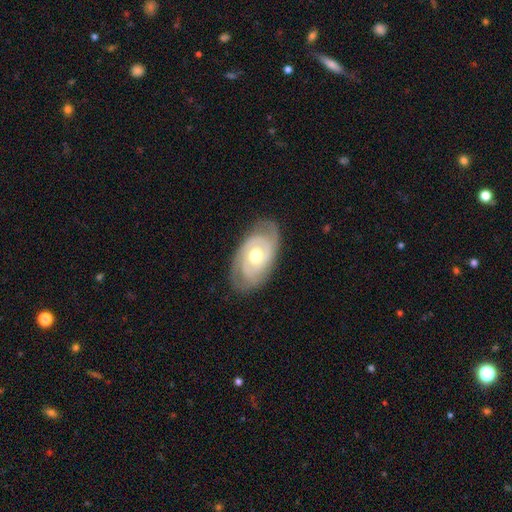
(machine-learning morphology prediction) The model was most divided on "spiral arm count": 2: 58%, can't tell: 25%, 3: 7%, 1: 6%, 4: 2%, more than 4: 2%. More confident: edge-on disk — no (94%); spiral arms — yes (82%); smooth or featured — featured or disk (78%); bulge size — moderate (75%); merging — none (74%); bar — no (70%); spiral winding — tight (64%).